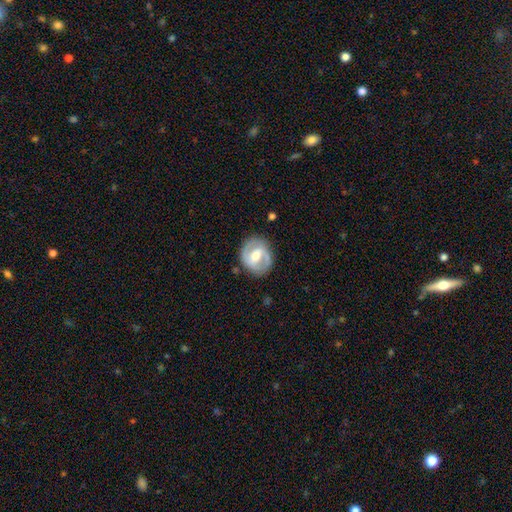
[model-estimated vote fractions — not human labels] featured or disk 81%, smooth 14%, star or artifact 5%. Down the decision tree: edge-on disk — no (97%); bar — weak (47%); spiral arms — yes (90%); spiral arm count — 2 (90%); spiral winding — medium (51%); bulge size — moderate (68%); merging — none (83%).